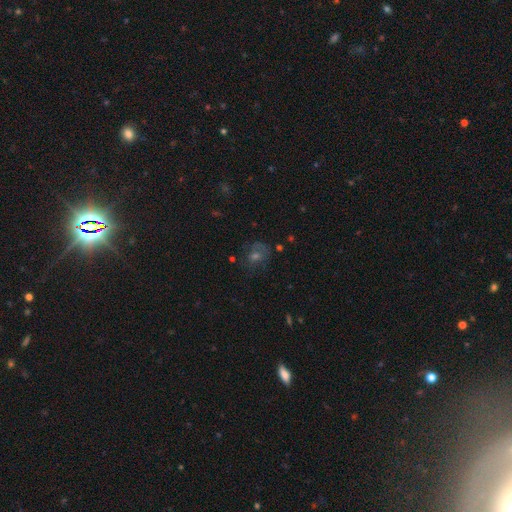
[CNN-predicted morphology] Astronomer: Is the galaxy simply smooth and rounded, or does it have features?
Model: featured or disk — 36% (runner-up: smooth, 35%).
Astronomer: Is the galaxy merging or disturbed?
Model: none — 64%.